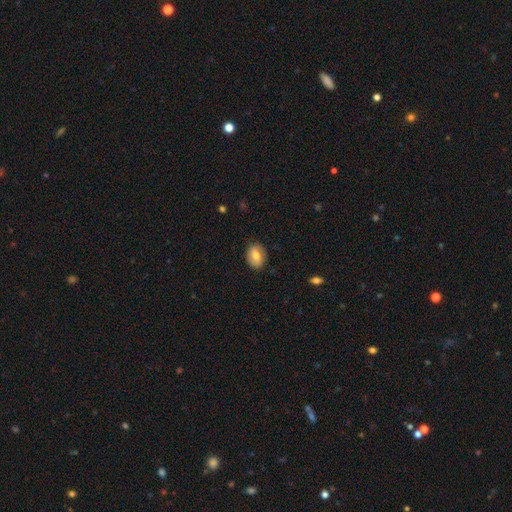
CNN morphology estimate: smooth 69%, featured or disk 23%, star or artifact 7%. Down the decision tree: how rounded — in between (75%); merging — none (83%).